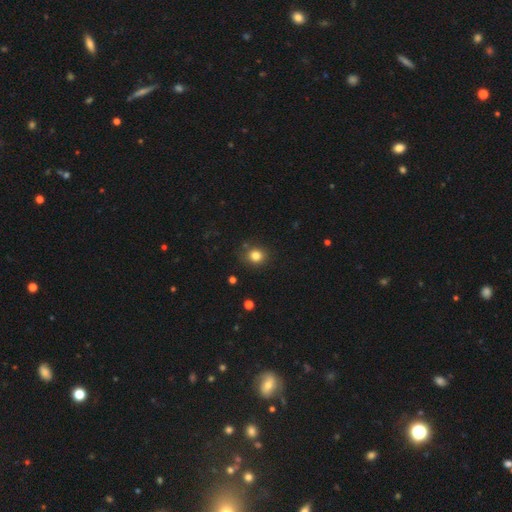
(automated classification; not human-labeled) Q: Smooth or featured?
A: smooth (82%); runner-up: star or artifact (12%)
Q: How rounded?
A: round (78%); runner-up: in between (21%)
Q: Merging?
A: none (83%); runner-up: minor disturbance (12%)